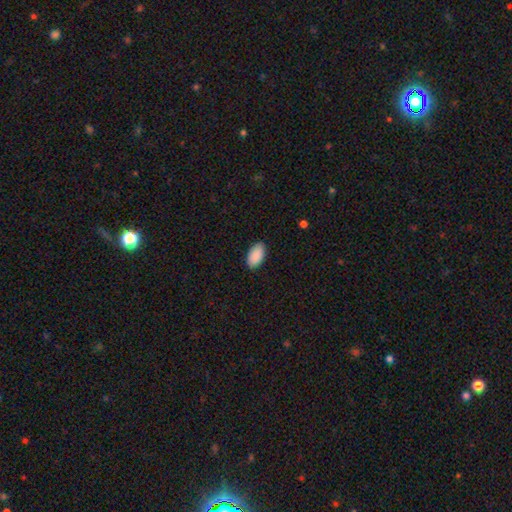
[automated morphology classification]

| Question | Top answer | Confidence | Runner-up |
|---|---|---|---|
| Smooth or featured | smooth | 91% | star or artifact (6%) |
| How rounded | in between | 96% | round (2%) |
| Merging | none | 88% | minor disturbance (9%) |